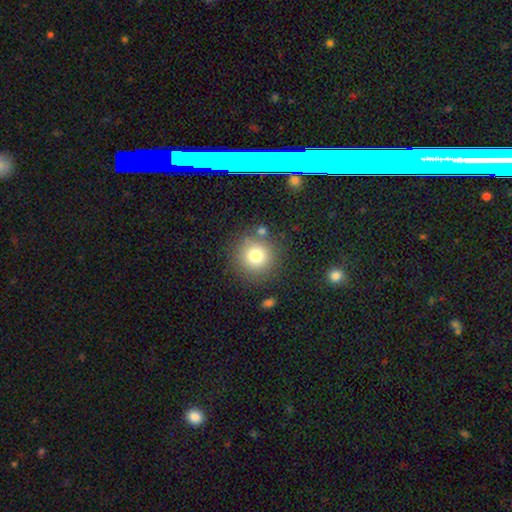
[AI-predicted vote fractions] Smooth or featured? Predicted: smooth (p=0.78). How rounded? Predicted: round (p=0.94). Merging? Predicted: none (p=0.82).